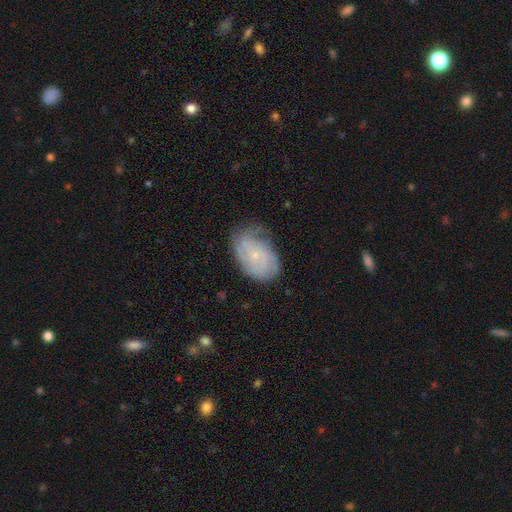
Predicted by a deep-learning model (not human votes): The model was most divided on "merging": none: 57%, minor disturbance: 30%, major disturbance: 11%, merger: 2%. More confident: edge-on disk — no (97%); spiral arms — yes (83%); bulge size — small (80%); bar — no (77%); smooth or featured — featured or disk (60%).